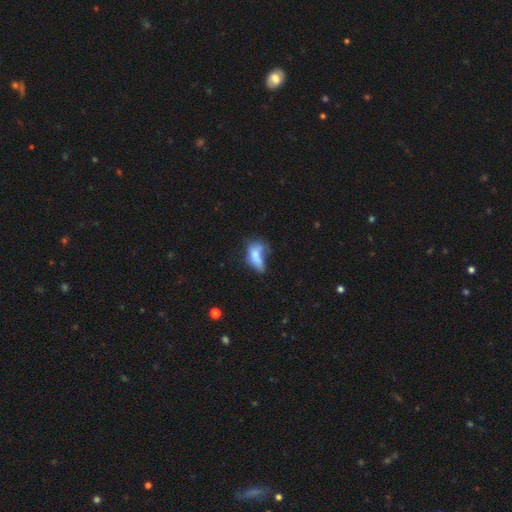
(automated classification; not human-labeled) This is likely a smooth galaxy (68%). How rounded: clearly in between (83%). Merging: marginally major disturbance (33%).